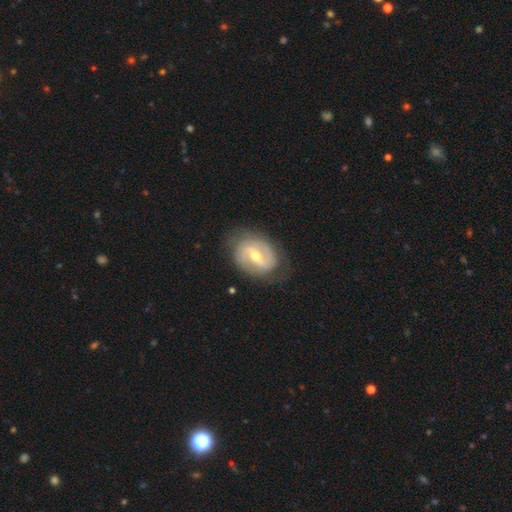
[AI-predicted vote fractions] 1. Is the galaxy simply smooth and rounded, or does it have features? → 82% featured or disk, 13% smooth, 5% star or artifact.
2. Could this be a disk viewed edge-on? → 97% no, 3% yes.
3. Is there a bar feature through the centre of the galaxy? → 49% weak, 31% strong, 20% no.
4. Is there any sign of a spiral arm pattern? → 89% yes, 11% no.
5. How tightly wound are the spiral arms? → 43% medium, 36% tight, 20% loose.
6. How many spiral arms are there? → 76% 2, 13% can't tell, 5% 3, 3% 1, 2% 4, 1% more than 4.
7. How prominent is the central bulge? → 56% moderate, 41% small, 2% large, 1% none, 1% dominant.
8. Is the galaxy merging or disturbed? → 75% none, 17% minor disturbance, 7% major disturbance, 1% merger.